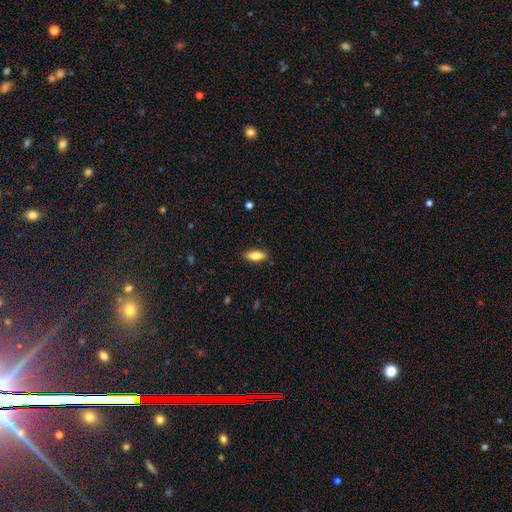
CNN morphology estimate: Q: Smooth or featured?
A: smooth (80%); runner-up: featured or disk (13%)
Q: How rounded?
A: in between (78%); runner-up: cigar-shaped (20%)
Q: Merging?
A: none (87%); runner-up: minor disturbance (9%)